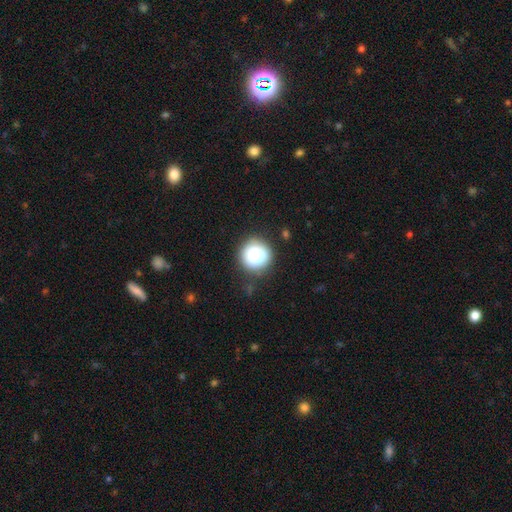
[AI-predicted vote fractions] This is clearly a smooth galaxy (82%). How rounded: clearly round (92%). Merging: likely none (74%).